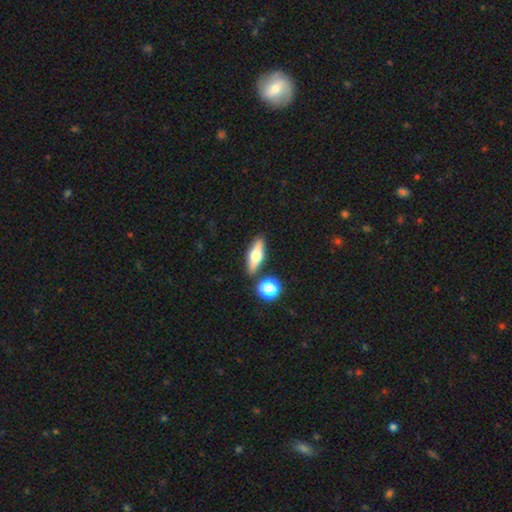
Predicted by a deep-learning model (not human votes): smooth_or_featured: smooth (p=0.54) [alt: featured or disk p=0.38]
how_rounded: in between (p=0.51) [alt: cigar-shaped p=0.43]
merging: none (p=0.82) [alt: minor disturbance p=0.09]